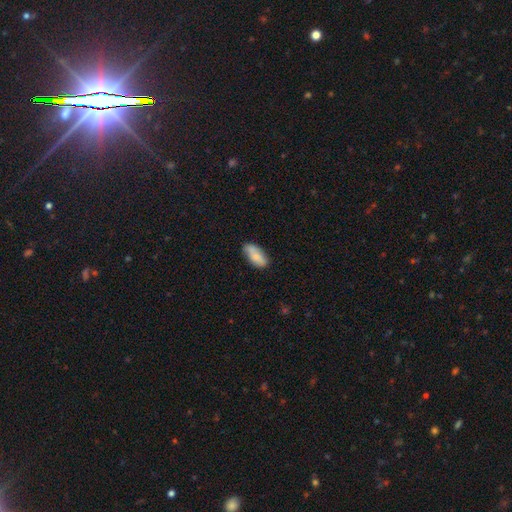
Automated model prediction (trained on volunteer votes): The model was most divided on "merging": none: 66%, minor disturbance: 26%, major disturbance: 5%, merger: 3%. More confident: how rounded — in between (89%); smooth or featured — smooth (78%).